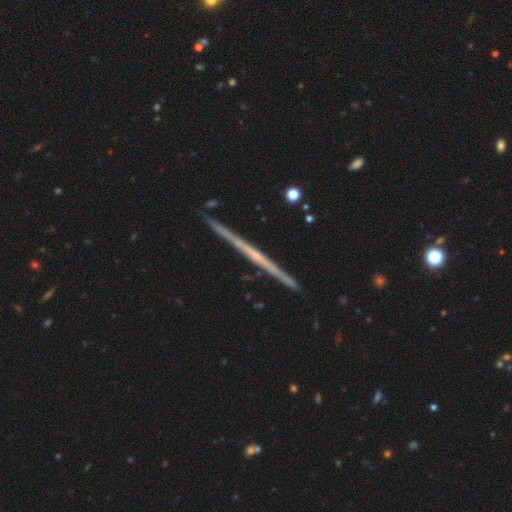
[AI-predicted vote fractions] Overall: featured or disk (78%). Edge-on disk: yes (98%). Edge-on bulge: none (71%). Merging: none (92%).